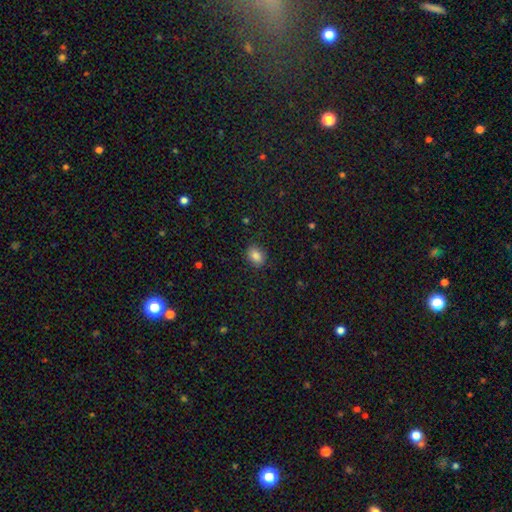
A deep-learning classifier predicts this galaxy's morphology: Smooth or featured?
  - smooth: 86% *
  - star or artifact: 10%
  - featured or disk: 5%
How rounded?
  - in between: 67% *
  - round: 32%
  - cigar-shaped: 1%
Merging?
  - none: 86% *
  - minor disturbance: 10%
  - major disturbance: 3%
  - merger: 1%